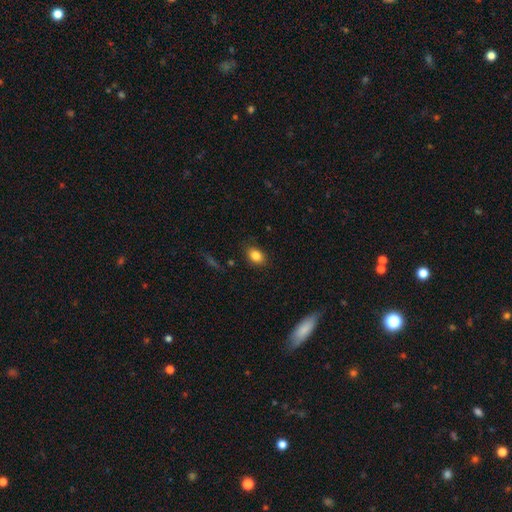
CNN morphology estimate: Q: Smooth or featured?
A: smooth (85%); runner-up: star or artifact (9%)
Q: How rounded?
A: in between (73%); runner-up: round (26%)
Q: Merging?
A: none (84%); runner-up: minor disturbance (11%)